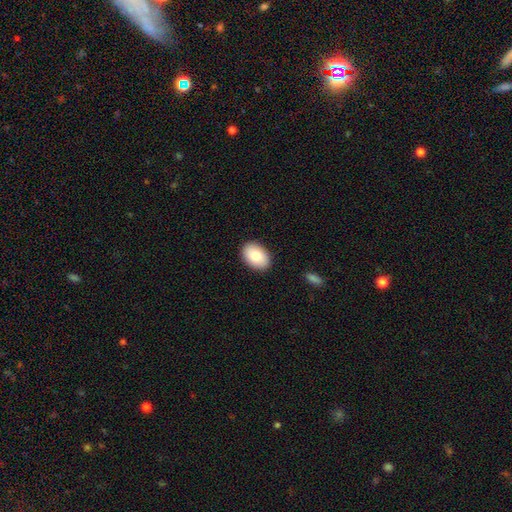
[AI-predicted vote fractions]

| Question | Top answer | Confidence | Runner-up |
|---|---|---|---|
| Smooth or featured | smooth | 81% | featured or disk (12%) |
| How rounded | in between | 85% | round (14%) |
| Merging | none | 89% | minor disturbance (8%) |